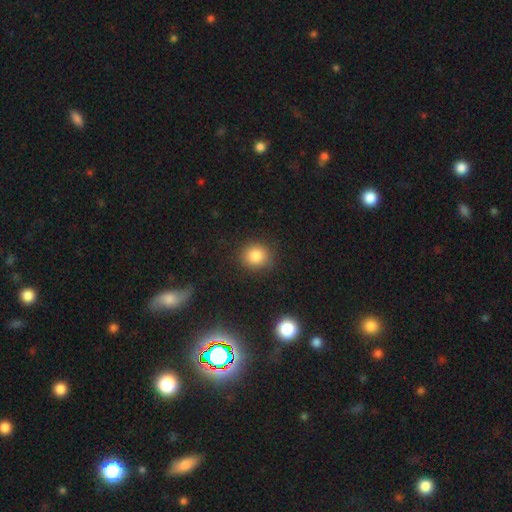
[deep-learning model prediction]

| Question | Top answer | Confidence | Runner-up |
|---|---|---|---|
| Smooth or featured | smooth | 85% | star or artifact (10%) |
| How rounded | round | 81% | in between (18%) |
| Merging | none | 85% | minor disturbance (10%) |